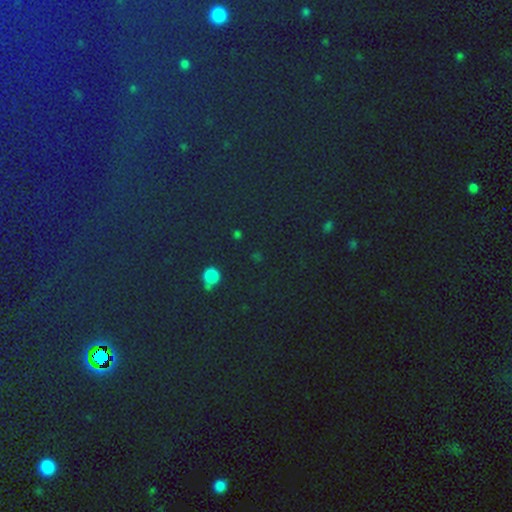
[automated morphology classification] This is likely a star or artifact rather than a galaxy (74%).